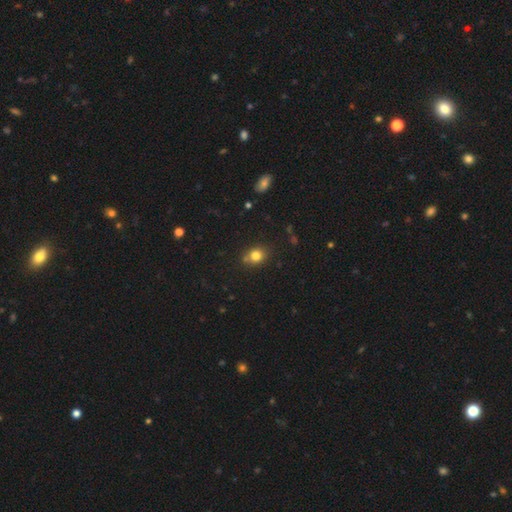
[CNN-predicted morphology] smooth-or-featured: smooth: 80% | star or artifact: 13% | featured or disk: 7%
  how-rounded: round: 66% | in between: 33% | cigar-shaped: 1%
  merging: none: 74% | minor disturbance: 14% | merger: 8% | major disturbance: 4%